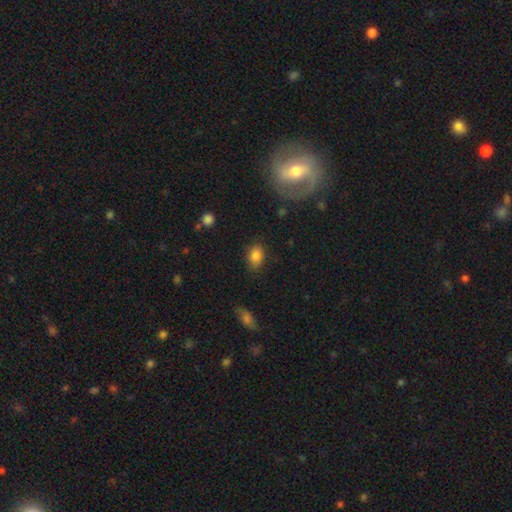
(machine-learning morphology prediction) Overall: smooth (85%). How rounded: in between (79%). Merging: none (80%).